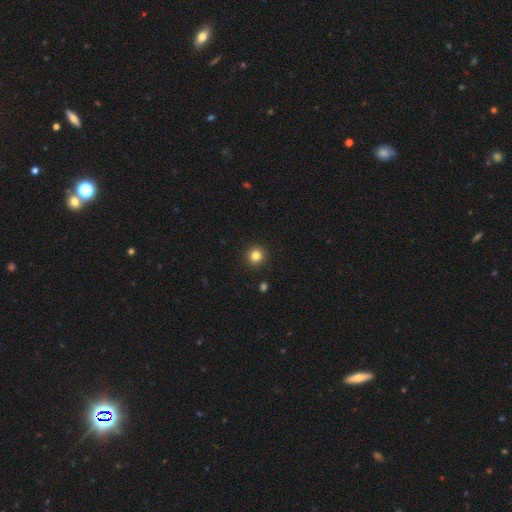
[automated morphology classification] The model was most divided on "smooth or featured": smooth: 83%, star or artifact: 12%, featured or disk: 5%. More confident: how rounded — round (93%); merging — none (92%).